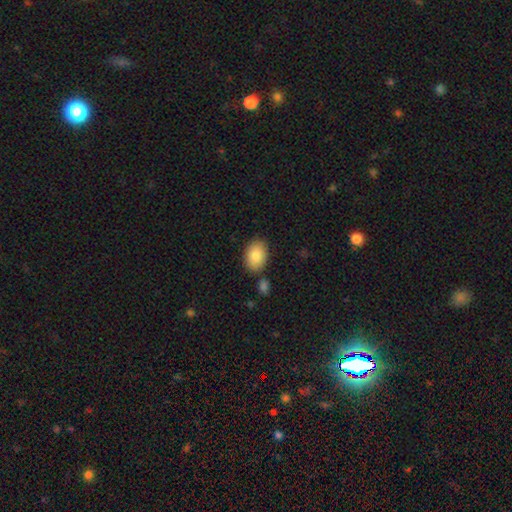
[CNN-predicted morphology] This appears to be a smooth galaxy with no disk features (86%) that is in between round and cigar-shaped (85%). Merging: none (81%).